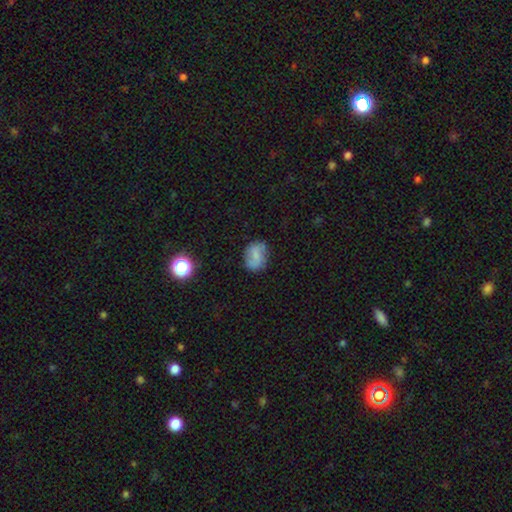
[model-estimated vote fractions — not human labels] Smooth or featured?
  - smooth: 59% *
  - featured or disk: 31%
  - star or artifact: 11%
How rounded?
  - in between: 55% *
  - round: 44%
  - cigar-shaped: 1%
Merging?
  - none: 69% *
  - minor disturbance: 22%
  - major disturbance: 7%
  - merger: 2%